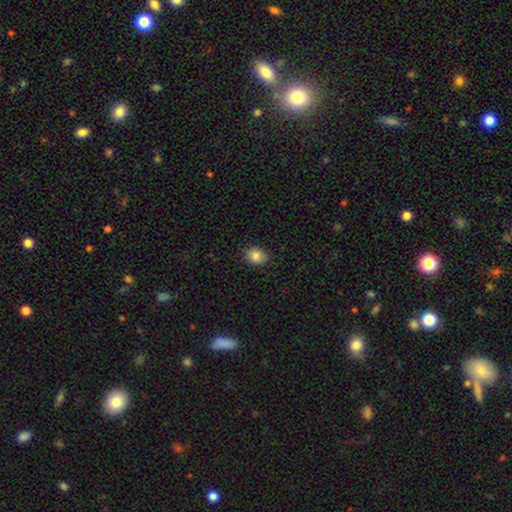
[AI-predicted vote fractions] This appears to be a smooth galaxy with no disk features (86%) that is in between round and cigar-shaped (52%). Merging: none (88%).